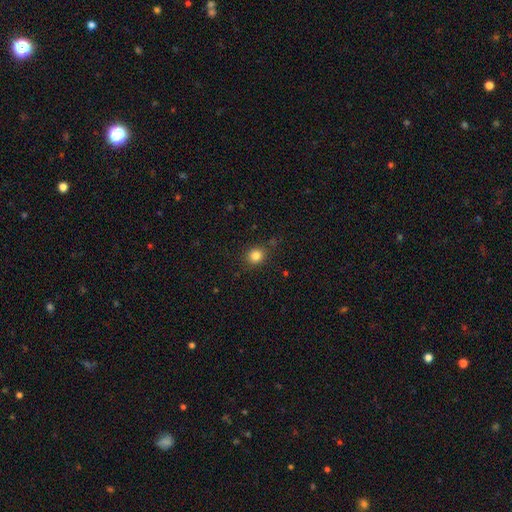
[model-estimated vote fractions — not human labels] Morphology: type=smooth (83%); roundness=round (80%); merging=none (86%).